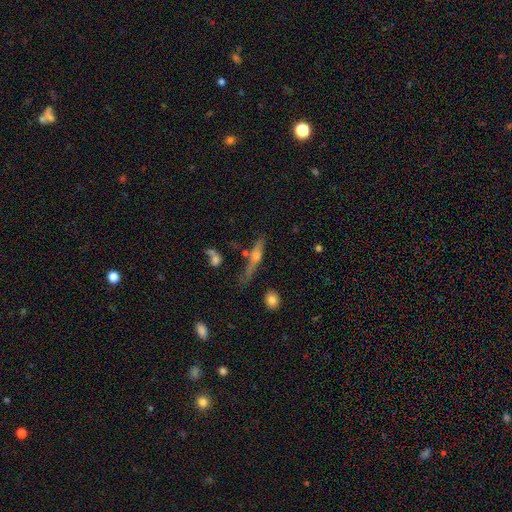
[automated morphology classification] The model was most divided on "smooth or featured": featured or disk: 58%, smooth: 32%, star or artifact: 10%. More confident: edge-on disk — yes (90%); edge-on bulge — rounded (84%); merging — none (62%).